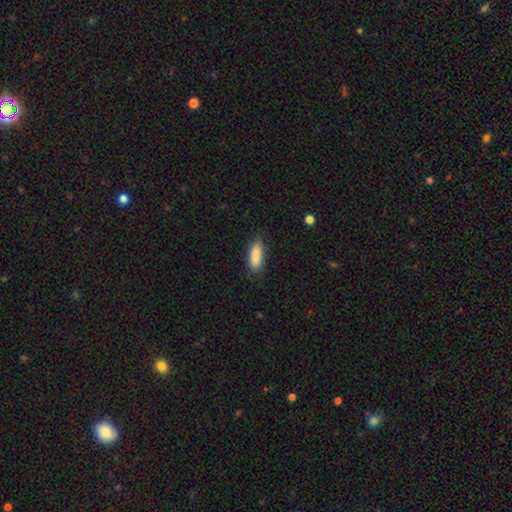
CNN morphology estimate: smooth_or_featured: smooth (p=0.89) [alt: star or artifact p=0.06]
how_rounded: in between (p=0.65) [alt: cigar-shaped p=0.33]
merging: none (p=0.84) [alt: minor disturbance p=0.12]